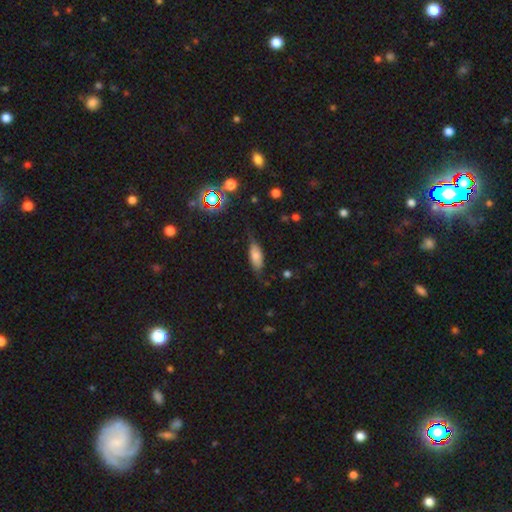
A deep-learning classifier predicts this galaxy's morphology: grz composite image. It shows a smooth galaxy with no disk features (67%) that is in between round and cigar-shaped (78%). Merging: none (63%).